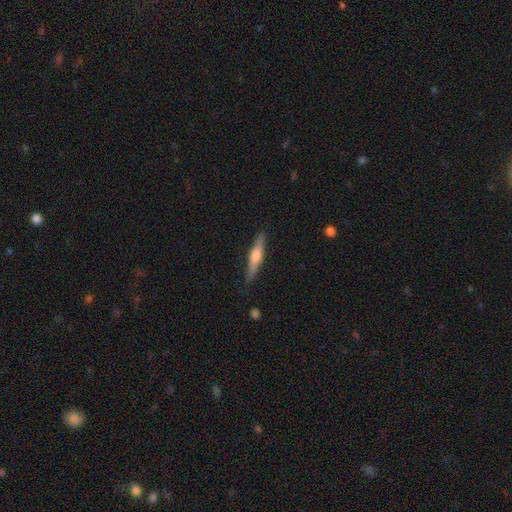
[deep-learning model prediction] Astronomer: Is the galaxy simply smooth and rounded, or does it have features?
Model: featured or disk — 60%.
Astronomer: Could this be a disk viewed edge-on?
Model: yes — 97%.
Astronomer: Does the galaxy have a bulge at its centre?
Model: rounded — 79%.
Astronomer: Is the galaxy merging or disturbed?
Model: none — 87%.